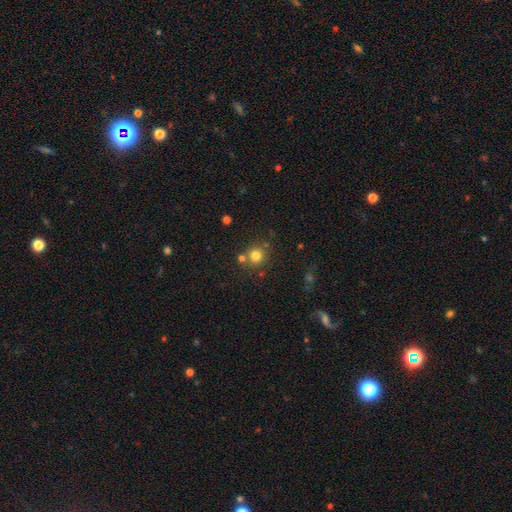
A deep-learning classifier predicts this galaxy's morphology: Overall: smooth (78%). How rounded: round (89%). Merging: none (72%).